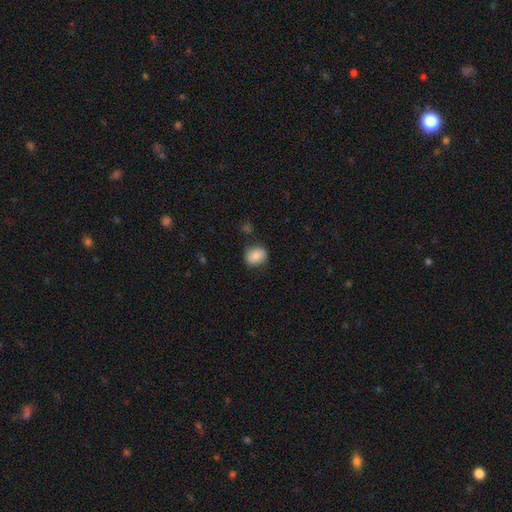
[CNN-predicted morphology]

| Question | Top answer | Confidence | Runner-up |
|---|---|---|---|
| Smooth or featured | smooth | 80% | featured or disk (11%) |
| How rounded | round | 64% | in between (36%) |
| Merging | none | 80% | minor disturbance (14%) |